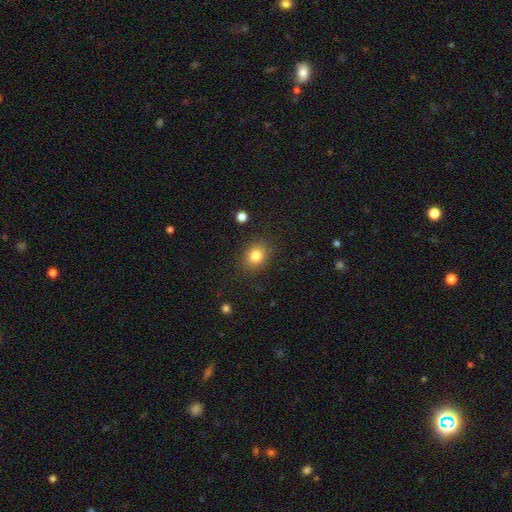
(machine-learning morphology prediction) type=smooth (82%); roundness=round (59%); merging=none (86%).